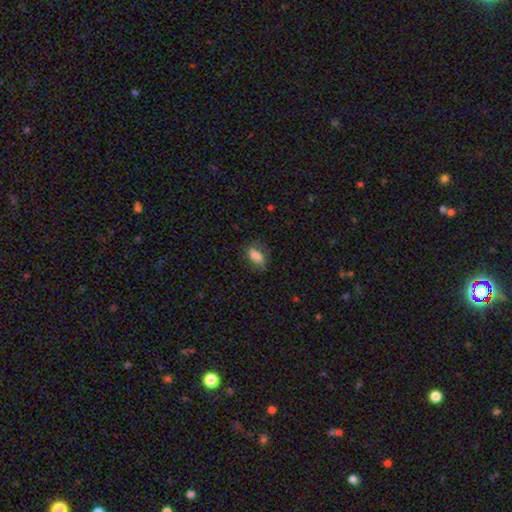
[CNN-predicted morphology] Q: Smooth or featured?
A: smooth (79%); runner-up: featured or disk (13%)
Q: How rounded?
A: in between (84%); runner-up: cigar-shaped (10%)
Q: Merging?
A: none (69%); runner-up: minor disturbance (22%)